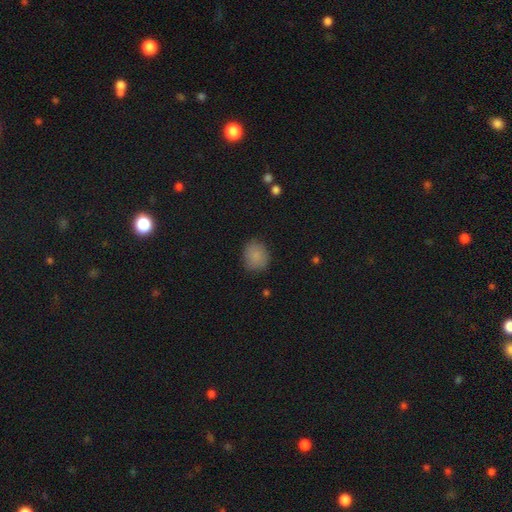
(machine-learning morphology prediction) Smooth or featured? smooth (85%)
How rounded? round (78%)
Merging? none (82%)